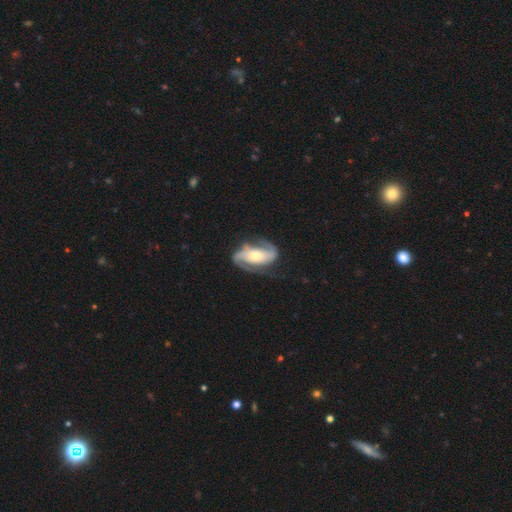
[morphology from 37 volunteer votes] Overall: featured or disk (81%). Edge-on disk: no (100%). Bar: no (40%; strong 37%). Spiral arms: yes (100%). Spiral arm count: 2 (97%). Spiral winding: medium (47%; loose 40%). Bulge size: moderate (73%). Merging: none (51%; minor disturbance 31%).